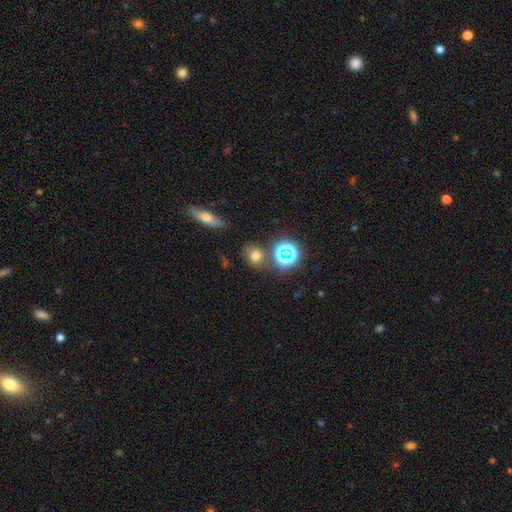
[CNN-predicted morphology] Smooth or featured? smooth (67%)
How rounded? round (59%)
Merging? none (74%)